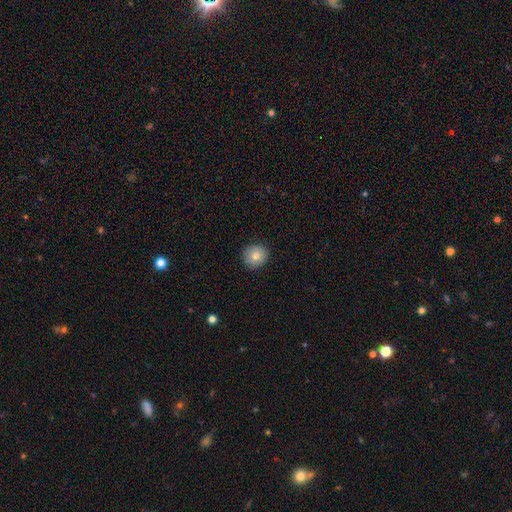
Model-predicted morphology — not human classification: Q: Smooth or featured?
A: smooth (82%); runner-up: featured or disk (9%)
Q: How rounded?
A: round (92%); runner-up: in between (7%)
Q: Merging?
A: none (91%); runner-up: minor disturbance (6%)